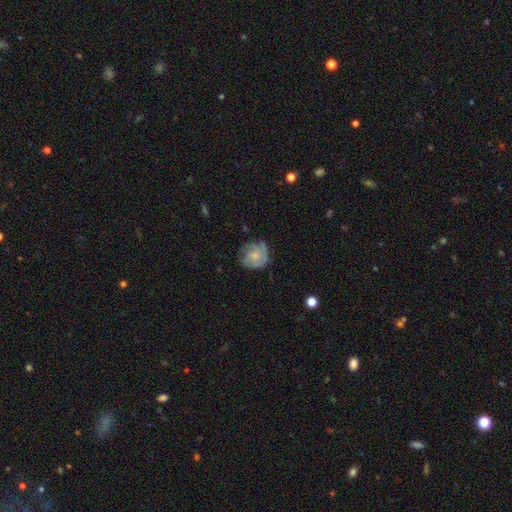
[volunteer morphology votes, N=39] Smooth or featured? 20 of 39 (51%) said featured or disk. Edge-on disk? 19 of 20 (95%) said no. Bar? 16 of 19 (84%) said no. Spiral arms? 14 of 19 (74%) said yes. Spiral winding? 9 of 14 (64%) said medium. Spiral arm count? 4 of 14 (29%, tied with can't tell) said 1. Bulge size? 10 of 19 (53%) said small. Merging? 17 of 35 (49%) said none.